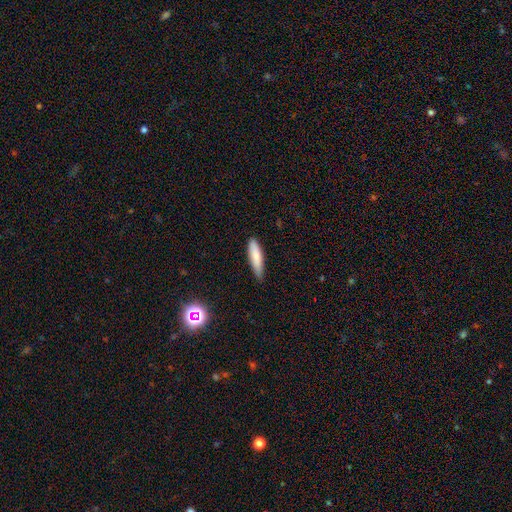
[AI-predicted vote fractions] smooth_or_featured: smooth (p=0.82) [alt: featured or disk p=0.11]
how_rounded: cigar-shaped (p=0.72) [alt: in between p=0.26]
merging: none (p=0.74) [alt: minor disturbance p=0.22]